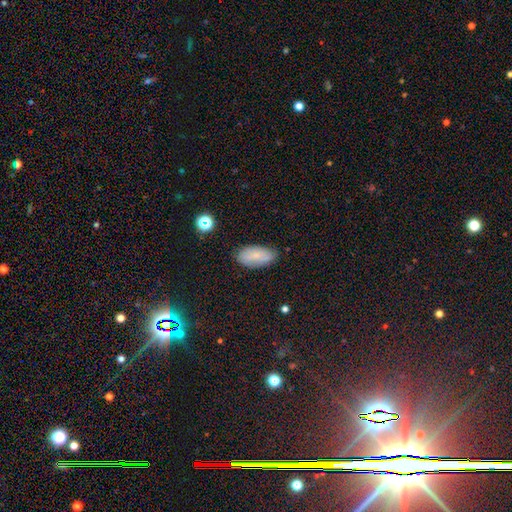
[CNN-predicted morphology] Q: Smooth or featured?
A: smooth (70%); runner-up: featured or disk (20%)
Q: How rounded?
A: in between (92%); runner-up: cigar-shaped (5%)
Q: Merging?
A: none (78%); runner-up: minor disturbance (17%)